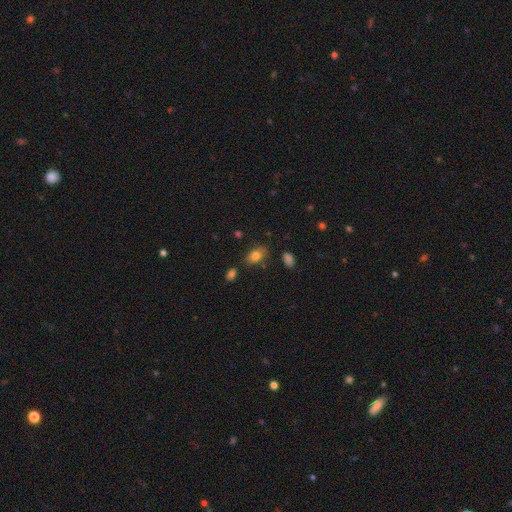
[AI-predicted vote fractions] Morphology: type=smooth (81%); roundness=in between (85%); merging=none (74%).